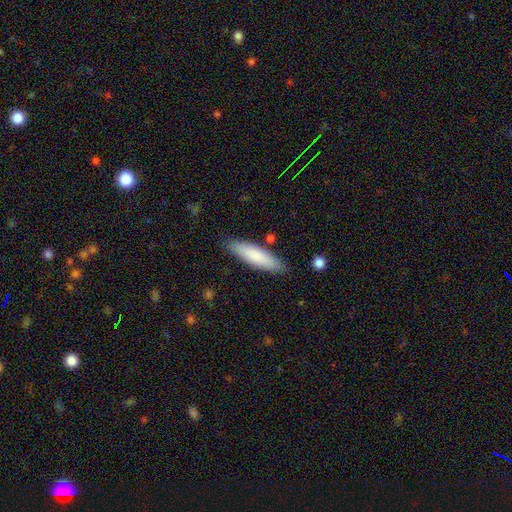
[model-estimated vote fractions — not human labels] smooth 82%, featured or disk 13%, star or artifact 6%. Down the decision tree: how rounded — cigar-shaped (70%); merging — none (85%).